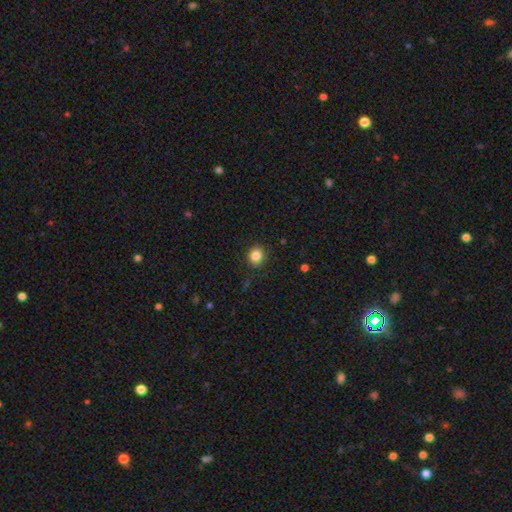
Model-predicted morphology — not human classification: Smooth or featured: smooth — 84% (star or artifact — 11%)
How rounded: round — 83% (in between — 16%)
Merging: none — 88% (minor disturbance — 8%)